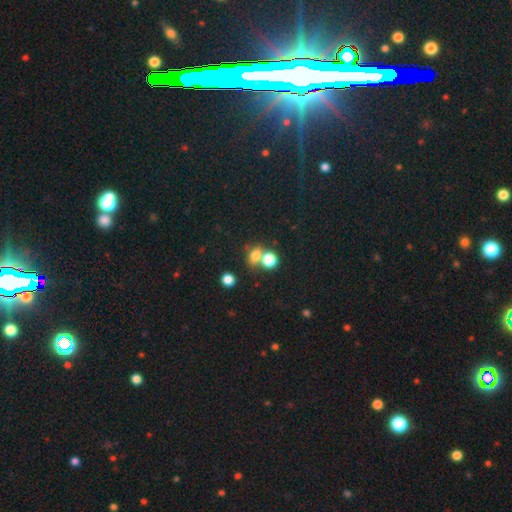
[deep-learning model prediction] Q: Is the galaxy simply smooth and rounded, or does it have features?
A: smooth — 73%.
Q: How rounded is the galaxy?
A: round — 59%.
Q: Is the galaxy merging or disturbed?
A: none — 46%.